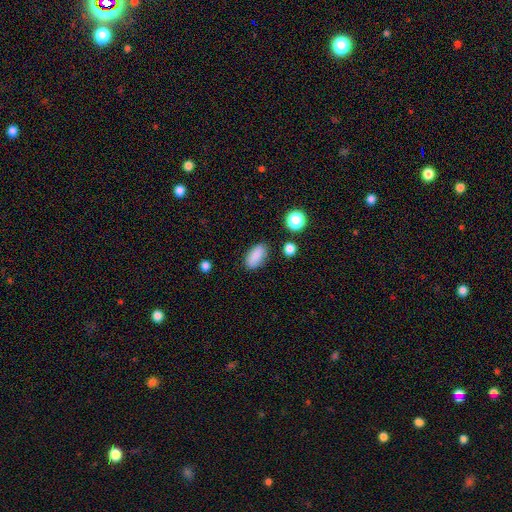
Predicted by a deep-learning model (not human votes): Overall: smooth (87%). How rounded: in between (89%). Merging: none (83%).